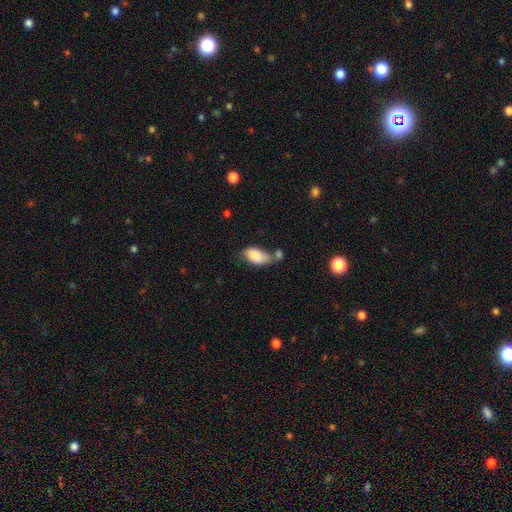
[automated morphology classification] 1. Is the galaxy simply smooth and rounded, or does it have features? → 83% smooth, 9% featured or disk, 7% star or artifact.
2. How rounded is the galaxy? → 93% in between, 5% round, 3% cigar-shaped.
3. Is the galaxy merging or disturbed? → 34% merger, 30% none, 23% minor disturbance, 13% major disturbance.